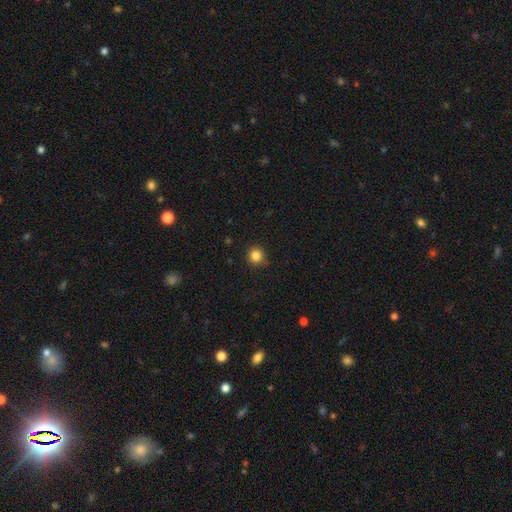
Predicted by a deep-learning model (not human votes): Smooth or featured: smooth — 84% (star or artifact — 12%)
How rounded: round — 93% (in between — 6%)
Merging: none — 89% (minor disturbance — 8%)